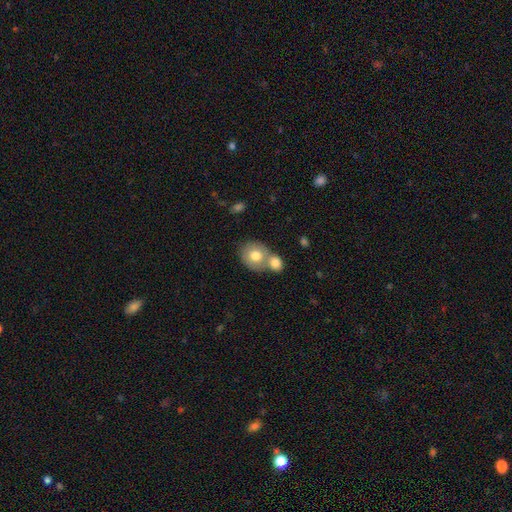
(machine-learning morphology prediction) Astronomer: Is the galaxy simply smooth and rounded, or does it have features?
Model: smooth — 75%.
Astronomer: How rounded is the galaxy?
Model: round — 73%.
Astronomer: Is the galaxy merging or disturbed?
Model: merger — 56% (runner-up: none, 33%).